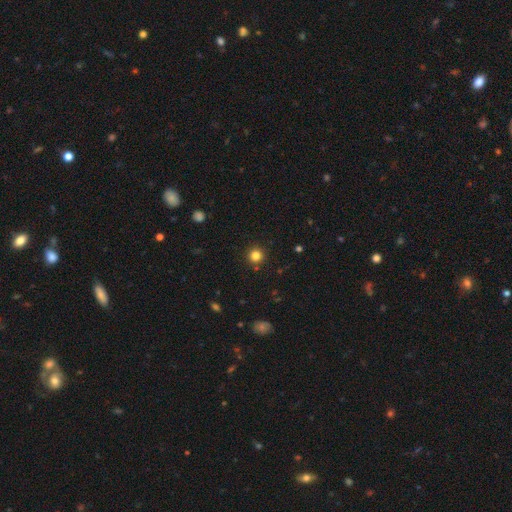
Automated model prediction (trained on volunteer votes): This is clearly a smooth galaxy (82%). How rounded: clearly round (95%). Merging: clearly none (91%).